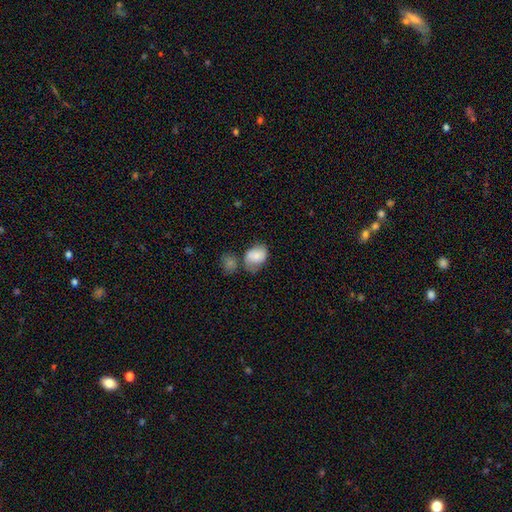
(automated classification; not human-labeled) A smooth galaxy with no disk features (77%) that is in between round and cigar-shaped (69%). Merging: none (38%).